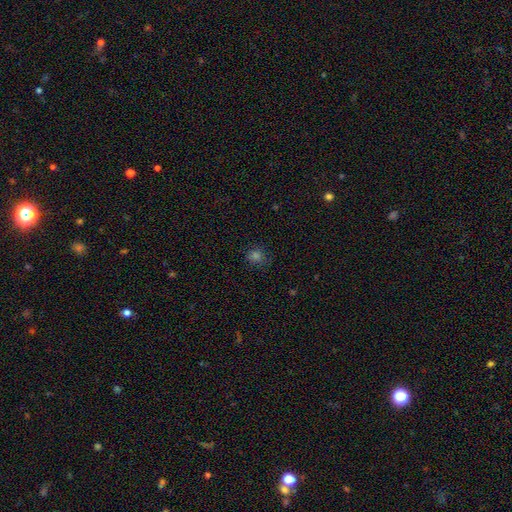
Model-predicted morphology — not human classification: Smooth or featured?
  - smooth: 72% *
  - star or artifact: 23%
  - featured or disk: 5%
How rounded?
  - round: 77% *
  - in between: 22%
  - cigar-shaped: 1%
Merging?
  - none: 84% *
  - minor disturbance: 11%
  - major disturbance: 3%
  - merger: 1%